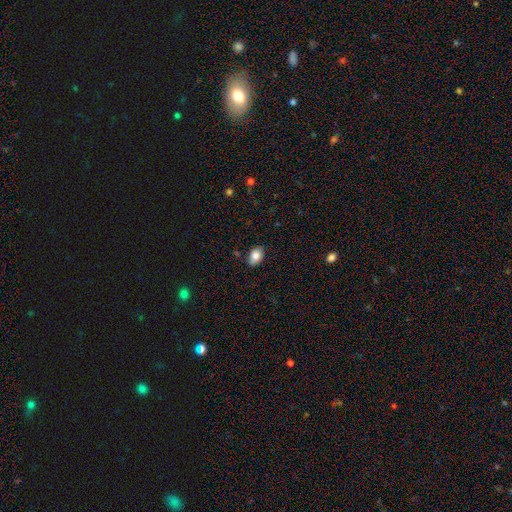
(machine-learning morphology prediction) Smooth or featured: smooth — 84% (star or artifact — 8%)
How rounded: in between — 83% (round — 15%)
Merging: none — 82% (minor disturbance — 14%)